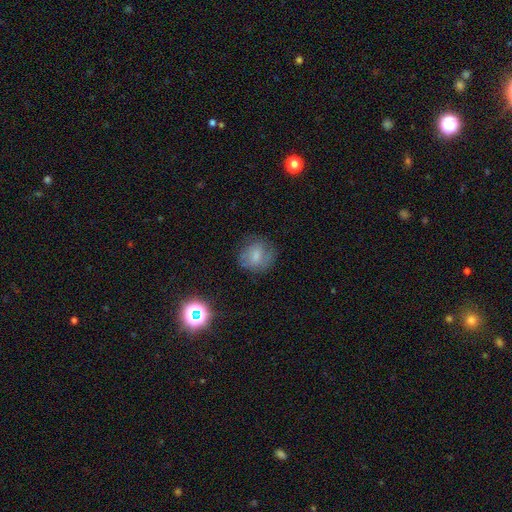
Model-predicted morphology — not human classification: A smooth galaxy with no disk features (66%) that is round (74%). Merging: none (69%).